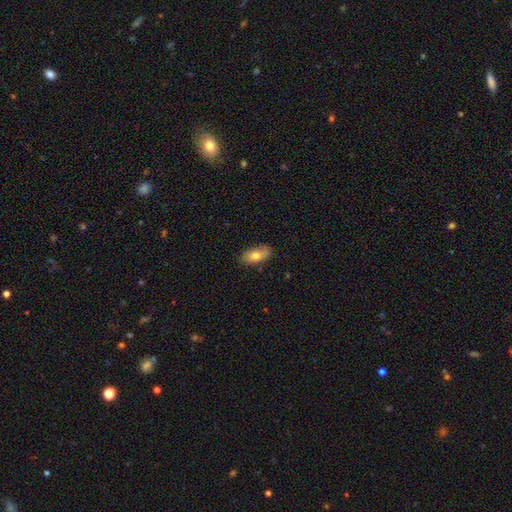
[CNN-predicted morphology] A smooth galaxy with no disk features (74%) that is in between round and cigar-shaped (87%).

Vote fractions:
- Smooth or featured? smooth: 74% / featured or disk: 19% / star or artifact: 7%
- How rounded? in between: 87% / cigar-shaped: 9% / round: 4%
- Merging? none: 79% / minor disturbance: 17% / major disturbance: 3% / merger: 1%